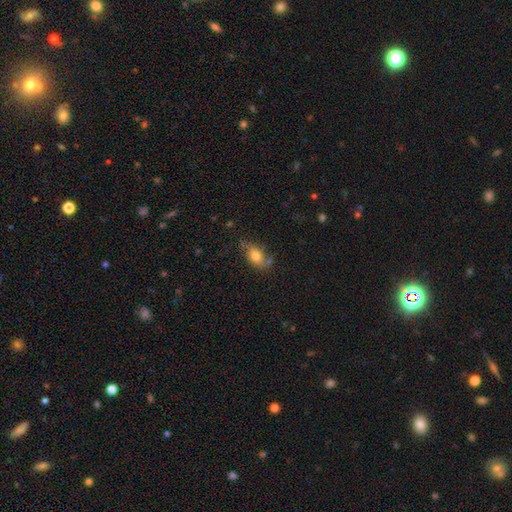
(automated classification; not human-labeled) Smooth or featured?
  - smooth: 74% *
  - featured or disk: 17%
  - star or artifact: 9%
How rounded?
  - in between: 85% *
  - round: 9%
  - cigar-shaped: 6%
Merging?
  - none: 67% *
  - minor disturbance: 21%
  - merger: 7%
  - major disturbance: 5%